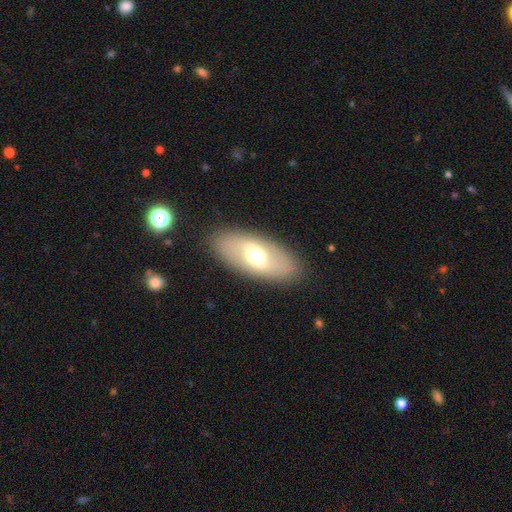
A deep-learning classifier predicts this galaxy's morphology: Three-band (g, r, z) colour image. It shows a smooth galaxy with no disk features (51%) that is in between round and cigar-shaped (87%). Merging: none (87%).